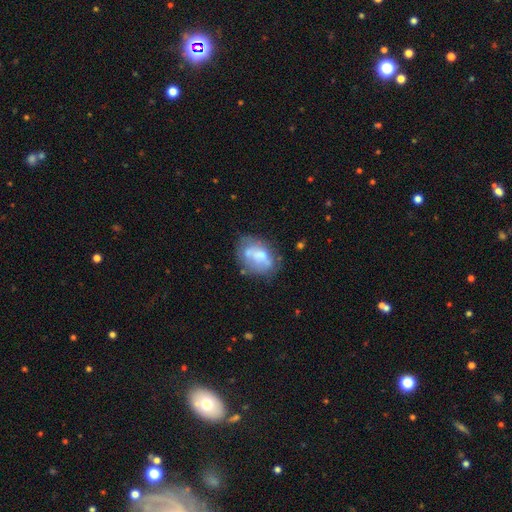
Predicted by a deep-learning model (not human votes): Smooth or featured? smooth (46%)
Merging? none (45%)